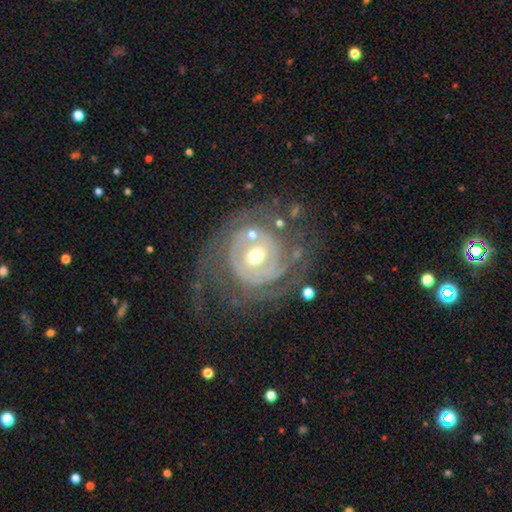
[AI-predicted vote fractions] smooth-or-featured: featured or disk: 84% | smooth: 10% | star or artifact: 6%
  disk-edge-on: no: 97% | yes: 3%
    bar: no: 57% | weak: 31% | strong: 12%
    has-spiral-arms: yes: 86% | no: 14%
      spiral-winding: tight: 69% | medium: 21% | loose: 9%
      spiral-arm-count: can't tell: 39% | 2: 24% | 3: 15% | 1: 8% | 4: 8% | more than 4: 6%
    bulge-size: moderate: 64% | small: 29% | large: 5% | dominant: 1% | none: 1%
  merging: none: 59% | major disturbance: 19% | minor disturbance: 18% | merger: 4%